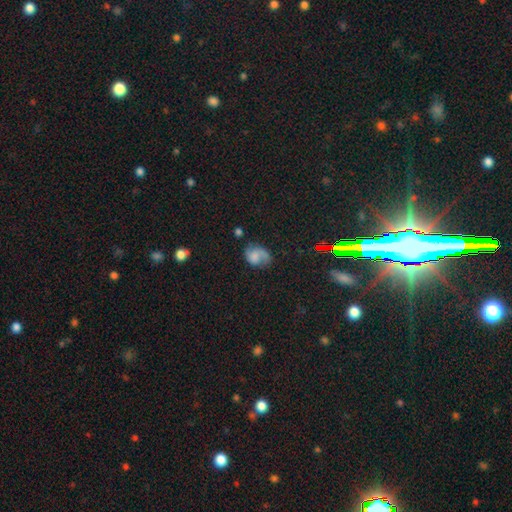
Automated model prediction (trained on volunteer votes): Smooth or featured? Predicted: featured or disk (p=0.47). Merging? Predicted: none (p=0.53).